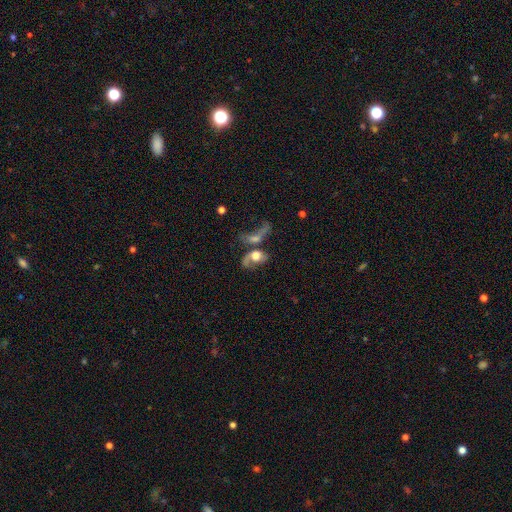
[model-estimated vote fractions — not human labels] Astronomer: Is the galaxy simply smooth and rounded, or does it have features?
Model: smooth — 45% (runner-up: featured or disk, 44%).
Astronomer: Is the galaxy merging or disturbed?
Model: merger — 50% (runner-up: major disturbance, 26%).